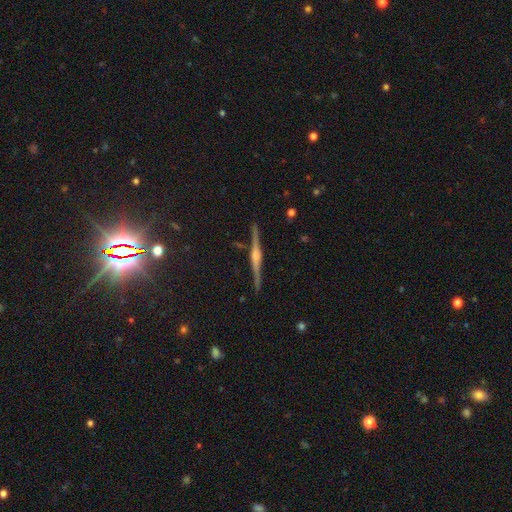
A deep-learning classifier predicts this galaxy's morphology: featured or disk 83%, smooth 10%, star or artifact 7%. Down the decision tree: edge-on disk — yes (98%); edge-on bulge — rounded (73%); merging — none (90%).